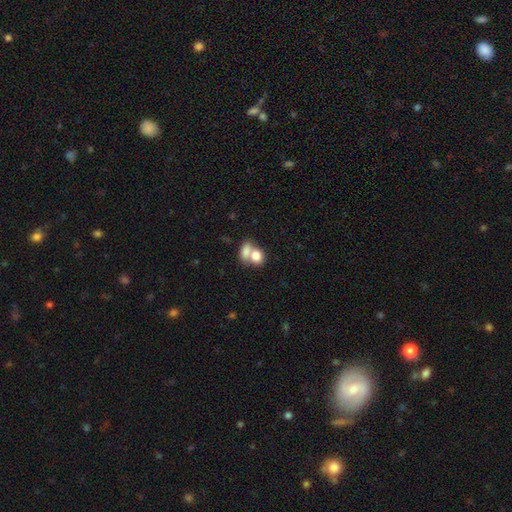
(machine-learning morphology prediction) A smooth galaxy with no disk features (78%) that is in between round and cigar-shaped (58%). Merging: merger (63%).